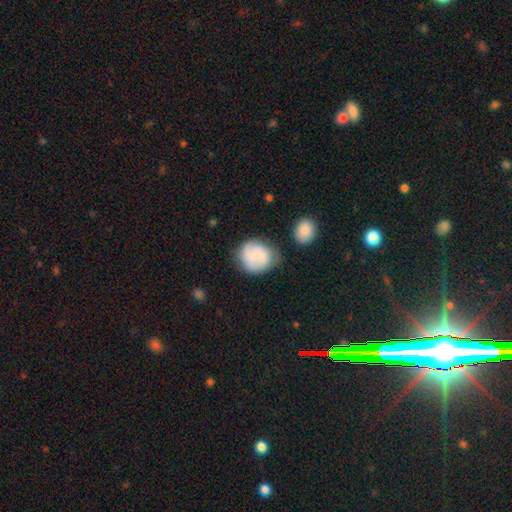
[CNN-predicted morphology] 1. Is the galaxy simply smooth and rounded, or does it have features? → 59% smooth, 33% featured or disk, 8% star or artifact.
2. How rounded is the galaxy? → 73% round, 25% in between, 1% cigar-shaped.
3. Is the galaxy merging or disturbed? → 57% none, 25% minor disturbance, 9% major disturbance, 9% merger.